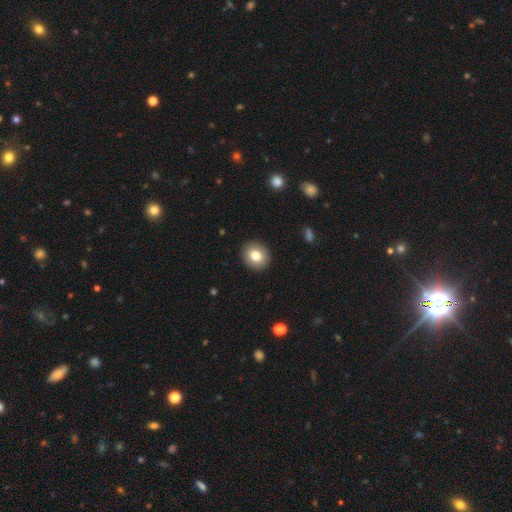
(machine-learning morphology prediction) This appears to be a smooth galaxy with no disk features (79%) that is round (76%). Merging: none (91%).